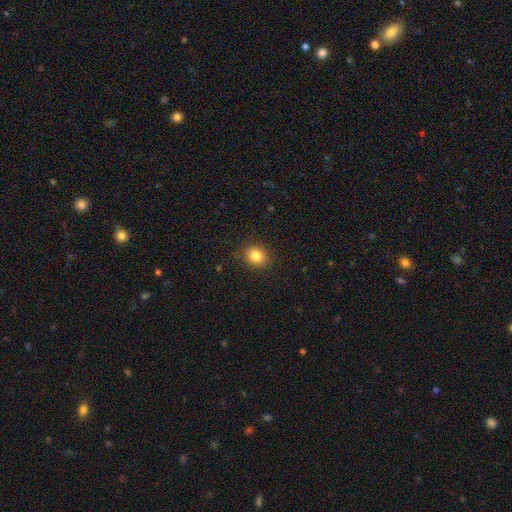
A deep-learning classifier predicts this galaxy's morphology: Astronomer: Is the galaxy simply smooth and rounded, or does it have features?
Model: smooth — 83%.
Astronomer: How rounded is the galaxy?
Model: round — 68%.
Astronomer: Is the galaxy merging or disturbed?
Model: none — 88%.